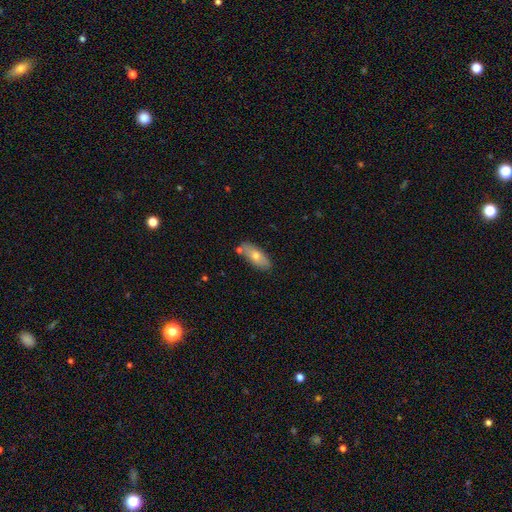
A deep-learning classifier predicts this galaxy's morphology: Q: Smooth or featured?
A: smooth (66%); runner-up: featured or disk (27%)
Q: How rounded?
A: in between (78%); runner-up: cigar-shaped (19%)
Q: Merging?
A: none (76%); runner-up: minor disturbance (14%)